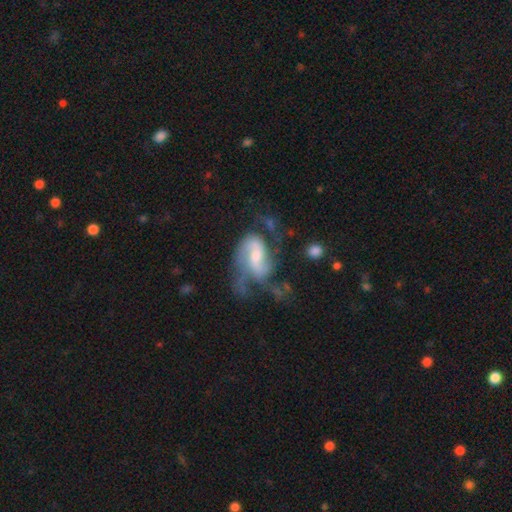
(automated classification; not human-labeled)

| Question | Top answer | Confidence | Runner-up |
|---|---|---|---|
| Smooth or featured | featured or disk | 81% | smooth (12%) |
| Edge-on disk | no | 97% | yes (3%) |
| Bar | weak | 49% | no (34%) |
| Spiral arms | yes | 92% | no (8%) |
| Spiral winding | medium | 47% | loose (32%) |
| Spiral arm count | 2 | 60% | 3 (13%) |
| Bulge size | moderate | 49% | small (34%) |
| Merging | none | 38% | major disturbance (33%) |